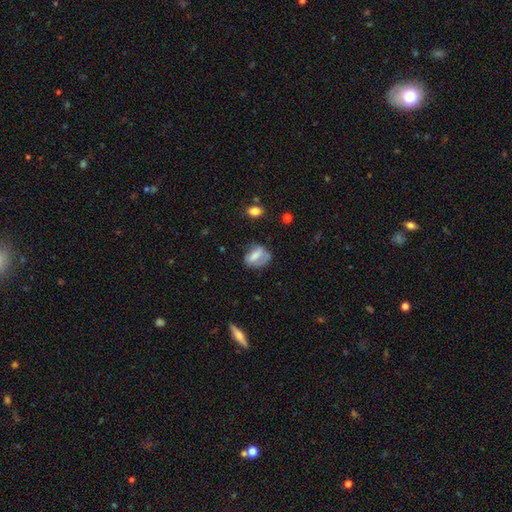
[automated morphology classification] smooth-or-featured: smooth: 56% | featured or disk: 35% | star or artifact: 9%
  how-rounded: in between: 72% | round: 22% | cigar-shaped: 7%
  merging: none: 49% | minor disturbance: 29% | major disturbance: 19% | merger: 3%